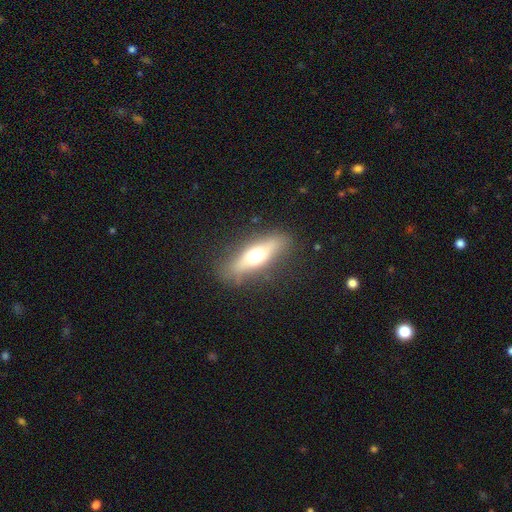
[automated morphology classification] Smooth or featured?
  - smooth: 49% *
  - featured or disk: 43%
  - star or artifact: 8%
Merging?
  - none: 82% *
  - minor disturbance: 13%
  - major disturbance: 4%
  - merger: 1%